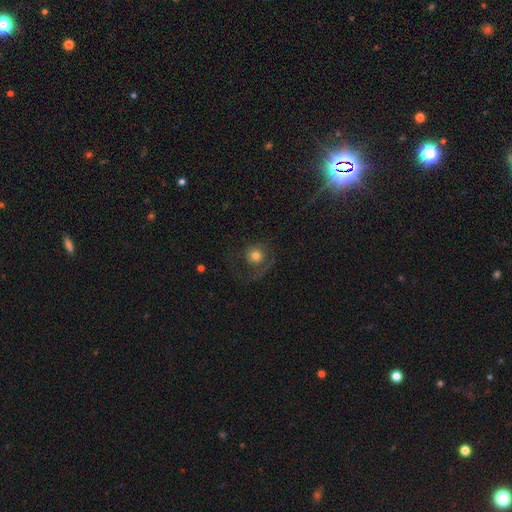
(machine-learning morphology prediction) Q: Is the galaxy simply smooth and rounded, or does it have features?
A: smooth — 58%.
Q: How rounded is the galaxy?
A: round — 87%.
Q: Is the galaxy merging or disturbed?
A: none — 45%.